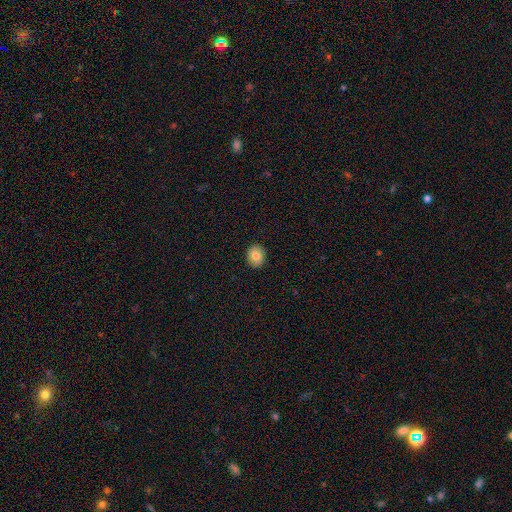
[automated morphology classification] Smooth or featured: smooth — 80% (featured or disk — 11%)
How rounded: round — 64% (in between — 35%)
Merging: none — 90% (minor disturbance — 8%)